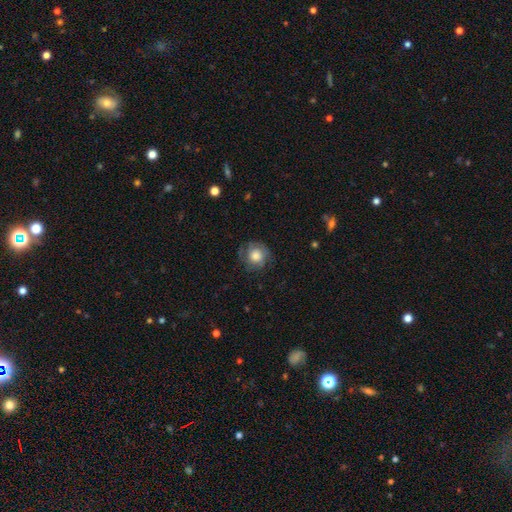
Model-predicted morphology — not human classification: smooth-or-featured: smooth: 56% | featured or disk: 35% | star or artifact: 8%
  how-rounded: round: 89% | in between: 10% | cigar-shaped: 1%
  merging: none: 72% | minor disturbance: 19% | major disturbance: 9% | merger: 1%